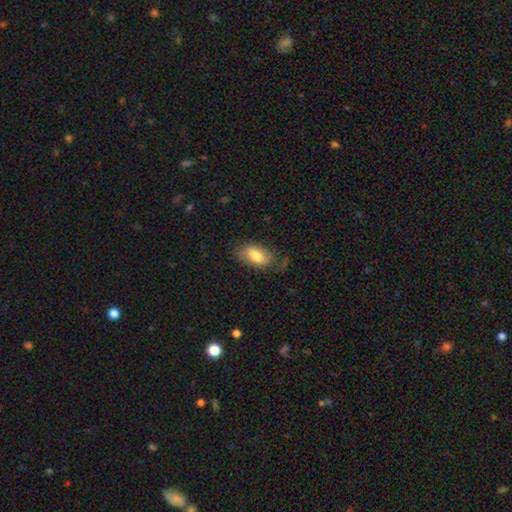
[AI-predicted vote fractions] This appears to be a smooth galaxy with no disk features (75%) that is in between round and cigar-shaped (92%). Merging: none (66%).